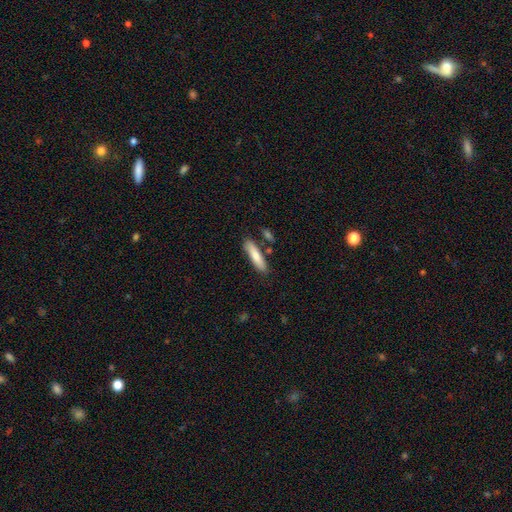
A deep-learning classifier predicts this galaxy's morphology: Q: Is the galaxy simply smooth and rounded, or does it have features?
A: smooth — 77%.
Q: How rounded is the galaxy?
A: cigar-shaped — 75%.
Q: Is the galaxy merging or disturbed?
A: none — 79%.